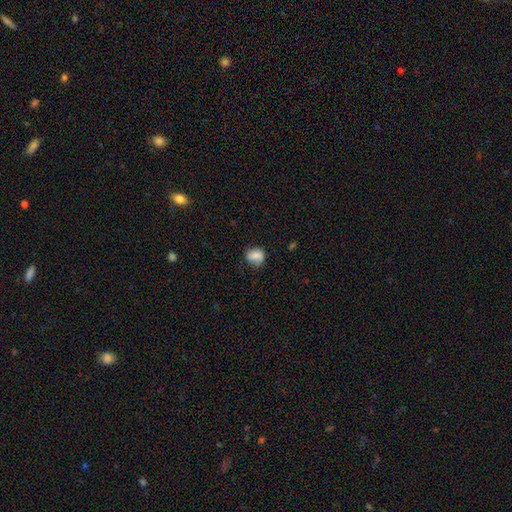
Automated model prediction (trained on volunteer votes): Smooth or featured? smooth (81%)
How rounded? round (62%)
Merging? none (64%)